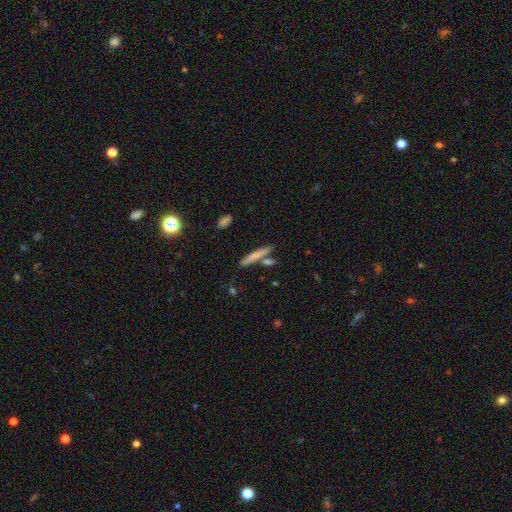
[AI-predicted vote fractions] smooth 68%, featured or disk 25%, star or artifact 7%. Down the decision tree: how rounded — cigar-shaped (92%); merging — none (76%).